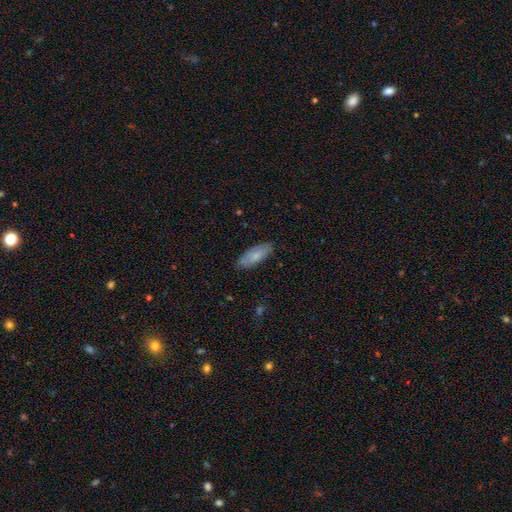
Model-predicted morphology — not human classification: type=smooth (79%); roundness=in between (72%); merging=none (83%).